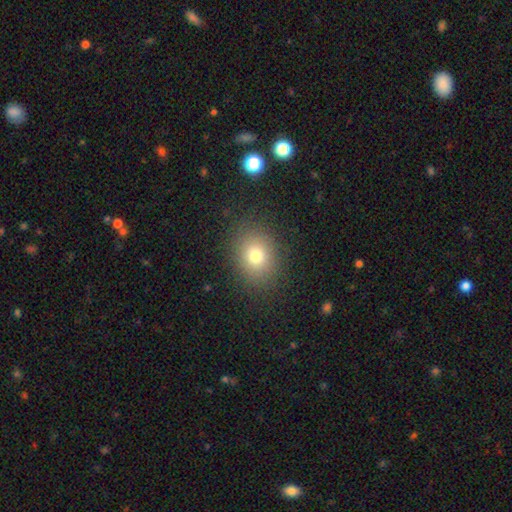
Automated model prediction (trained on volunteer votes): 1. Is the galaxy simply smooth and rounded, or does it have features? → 77% smooth, 13% star or artifact, 10% featured or disk.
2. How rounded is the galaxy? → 56% round, 43% in between, 1% cigar-shaped.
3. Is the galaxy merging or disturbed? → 86% none, 9% minor disturbance, 4% major disturbance, 1% merger.